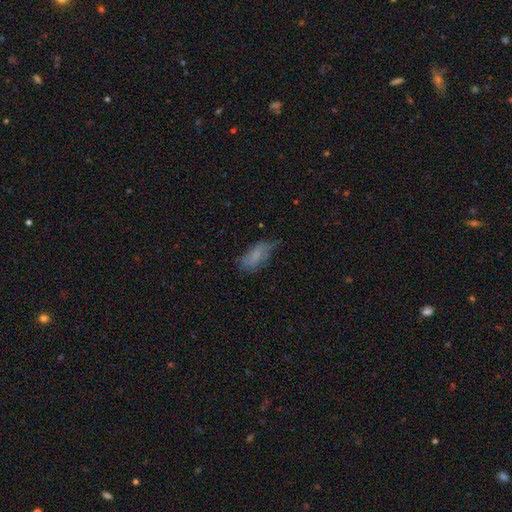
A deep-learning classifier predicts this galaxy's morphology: smooth_or_featured: smooth (p=0.64) [alt: featured or disk p=0.25]
how_rounded: in between (p=0.84) [alt: cigar-shaped p=0.13]
merging: none (p=0.43) [alt: minor disturbance p=0.36]